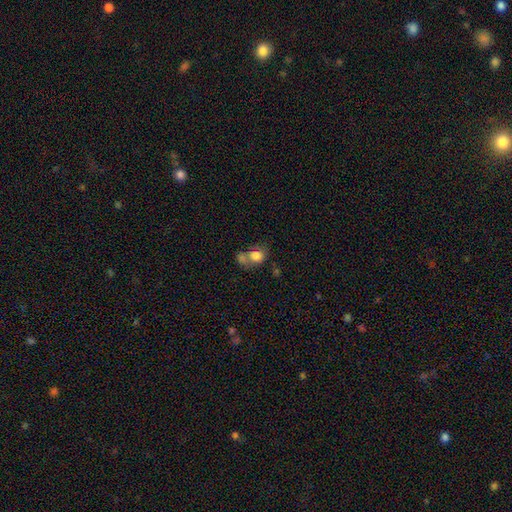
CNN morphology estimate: Smooth or featured? Predicted: smooth (p=0.78). How rounded? Predicted: round (p=0.55). Merging? Predicted: merger (p=0.48).